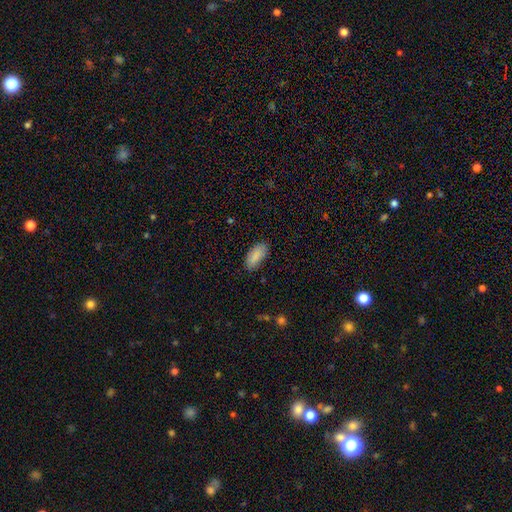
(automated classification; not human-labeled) Smooth or featured?
  - smooth: 88% *
  - star or artifact: 7%
  - featured or disk: 5%
How rounded?
  - in between: 87% *
  - cigar-shaped: 11%
  - round: 2%
Merging?
  - none: 81% *
  - minor disturbance: 15%
  - major disturbance: 3%
  - merger: 1%